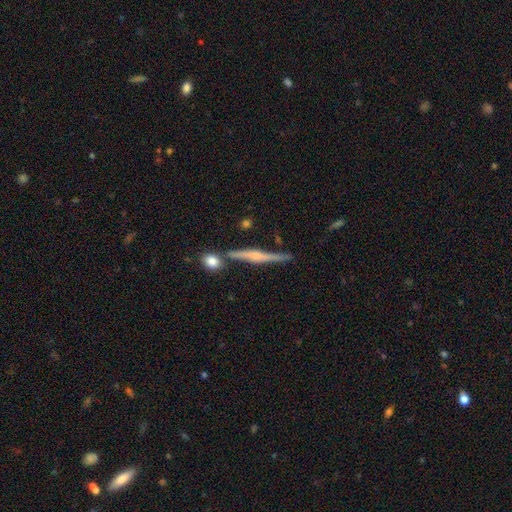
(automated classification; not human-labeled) Q: Smooth or featured?
A: featured or disk (72%); runner-up: smooth (21%)
Q: Edge-on disk?
A: yes (97%); runner-up: no (3%)
Q: Edge-on bulge?
A: rounded (59%); runner-up: none (21%)
Q: Merging?
A: none (77%); runner-up: minor disturbance (13%)